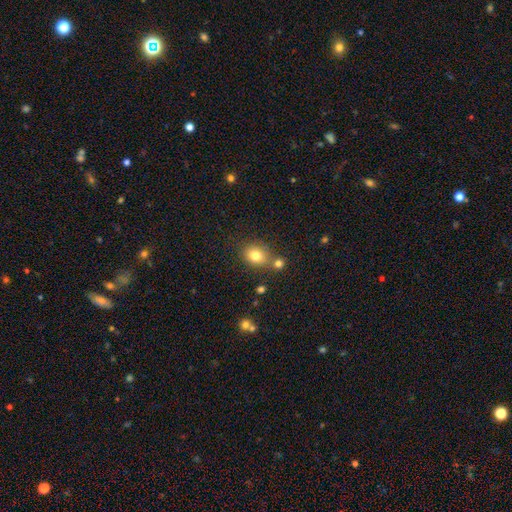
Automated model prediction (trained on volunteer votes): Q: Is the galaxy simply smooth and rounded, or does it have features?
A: smooth — 80%.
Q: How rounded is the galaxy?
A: round — 58%.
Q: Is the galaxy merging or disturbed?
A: none — 63%.